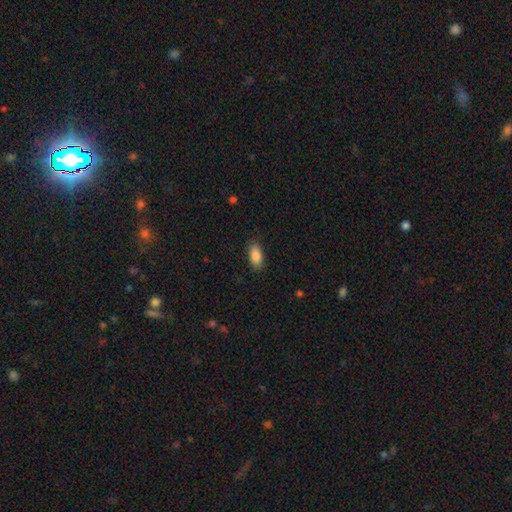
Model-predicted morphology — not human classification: smooth_or_featured: smooth (p=0.87) [alt: star or artifact p=0.07]
how_rounded: in between (p=0.91) [alt: cigar-shaped p=0.05]
merging: none (p=0.87) [alt: minor disturbance p=0.10]